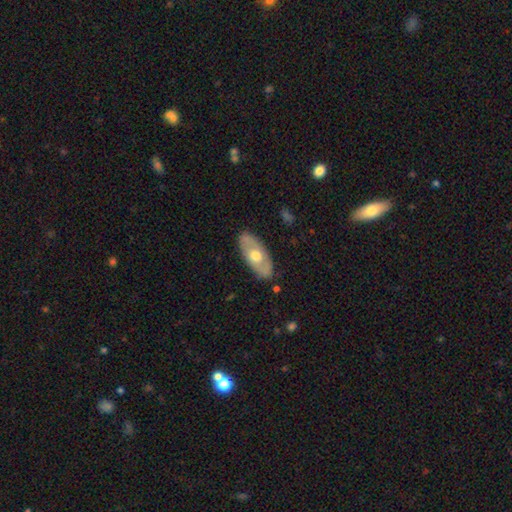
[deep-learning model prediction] This is possibly a featured or disk galaxy (51%). It is likely not viewed edge-on (78%). Merging: clearly none (86%).